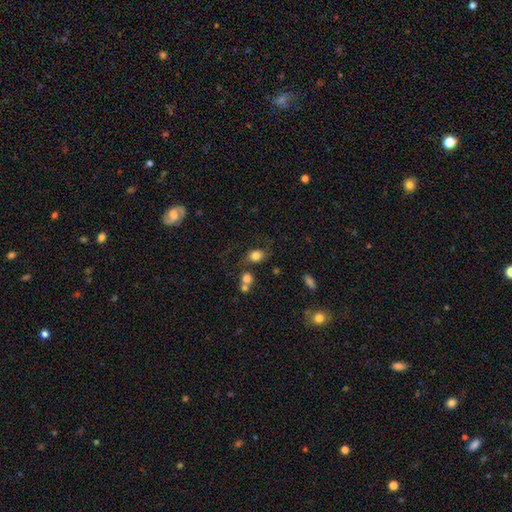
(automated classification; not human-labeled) Smooth or featured: smooth — 80% (star or artifact — 11%)
How rounded: round — 55% (in between — 44%)
Merging: none — 61% (minor disturbance — 18%)